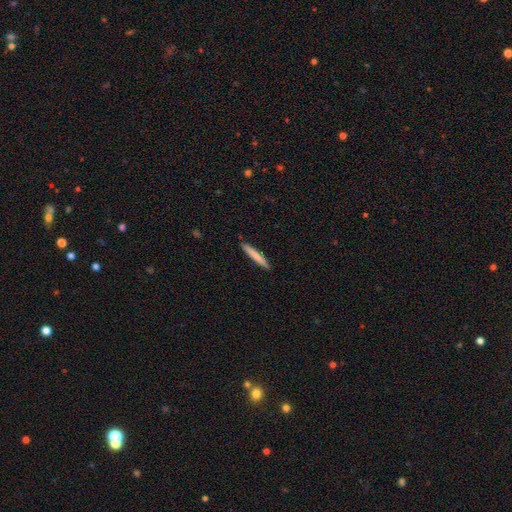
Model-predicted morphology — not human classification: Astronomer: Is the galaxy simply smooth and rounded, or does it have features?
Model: smooth — 77%.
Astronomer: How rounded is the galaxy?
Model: cigar-shaped — 96%.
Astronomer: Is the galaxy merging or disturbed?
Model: none — 90%.